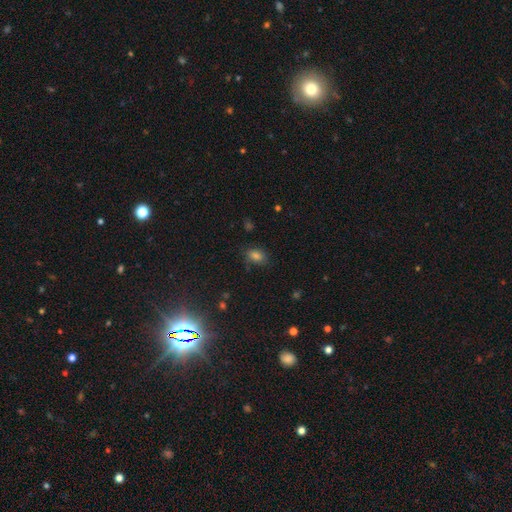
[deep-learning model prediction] This is likely a smooth galaxy (71%). How rounded: likely in between (77%). Merging: likely none (77%).